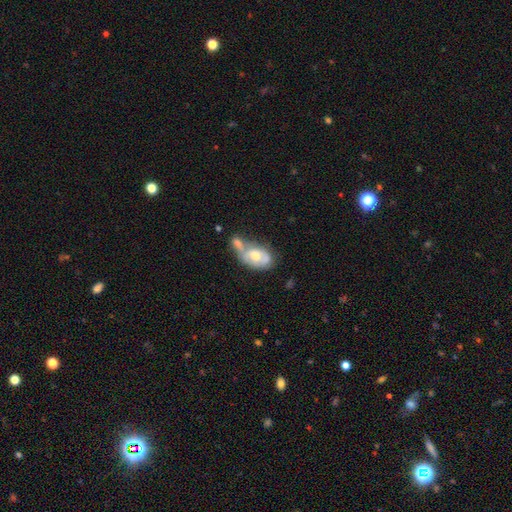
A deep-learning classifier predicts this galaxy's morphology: Smooth or featured? smooth (52%)
How rounded? in between (85%)
Merging? merger (54%)